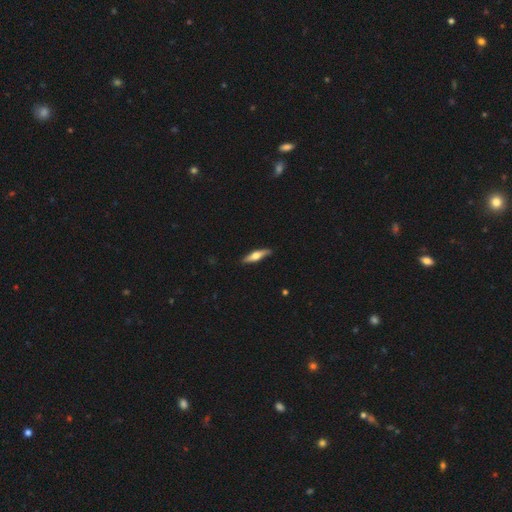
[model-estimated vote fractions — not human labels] Smooth or featured? Predicted: featured or disk (p=0.52). Edge-on disk? Predicted: yes (p=0.93). Merging? Predicted: none (p=0.88).